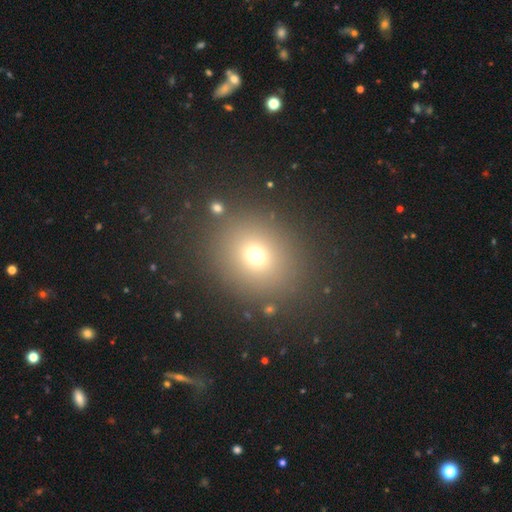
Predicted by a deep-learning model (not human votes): Overall: smooth (69%). How rounded: round (74%). Merging: none (85%).